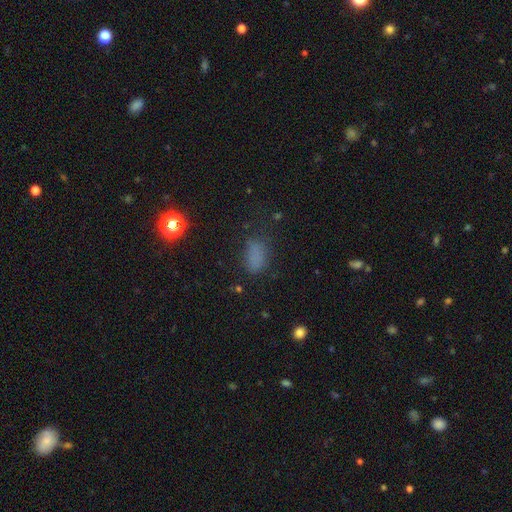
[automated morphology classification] Overall: smooth (74%). How rounded: in between (86%). Merging: none (65%).